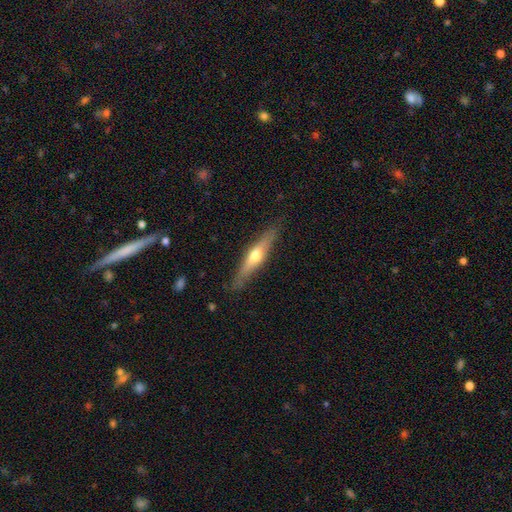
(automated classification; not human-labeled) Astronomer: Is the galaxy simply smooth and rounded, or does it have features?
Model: featured or disk — 59% (runner-up: smooth, 36%).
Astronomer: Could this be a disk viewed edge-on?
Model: yes — 93%.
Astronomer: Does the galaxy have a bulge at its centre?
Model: rounded — 90%.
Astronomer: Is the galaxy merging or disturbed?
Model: none — 86%.